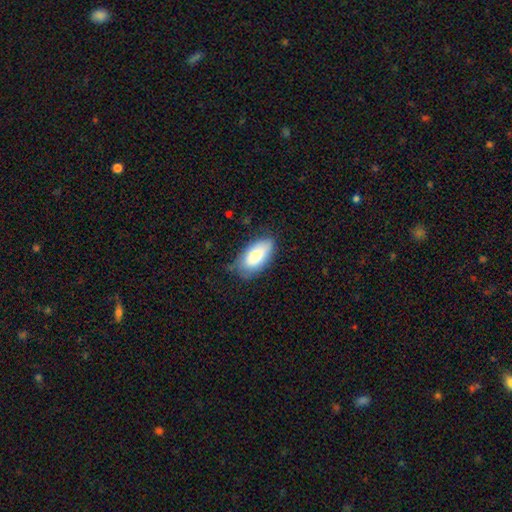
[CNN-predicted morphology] smooth-or-featured: smooth: 80% | featured or disk: 14% | star or artifact: 7%
  how-rounded: in between: 93% | cigar-shaped: 5% | round: 3%
  merging: none: 69% | minor disturbance: 25% | major disturbance: 4% | merger: 1%